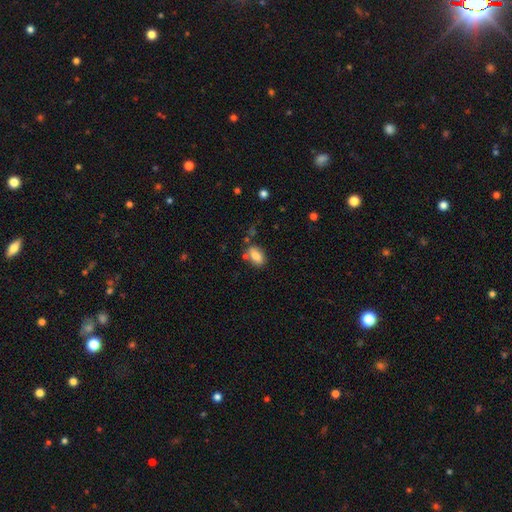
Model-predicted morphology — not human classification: A smooth galaxy with no disk features (82%) that is in between round and cigar-shaped (89%).

Vote fractions:
- Smooth or featured? smooth: 82% / featured or disk: 10% / star or artifact: 8%
- How rounded? in between: 89% / round: 7% / cigar-shaped: 5%
- Merging? none: 69% / minor disturbance: 17% / merger: 9% / major disturbance: 5%